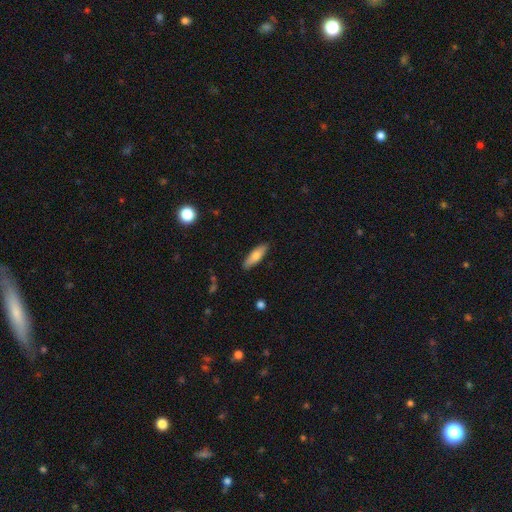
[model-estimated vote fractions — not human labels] Overall: smooth (74%). How rounded: cigar-shaped (53%; in between 45%). Merging: none (88%).